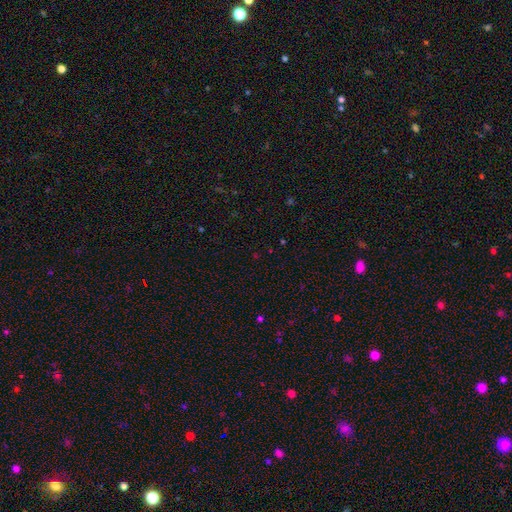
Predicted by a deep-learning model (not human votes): Smooth or featured? star or artifact (65%)